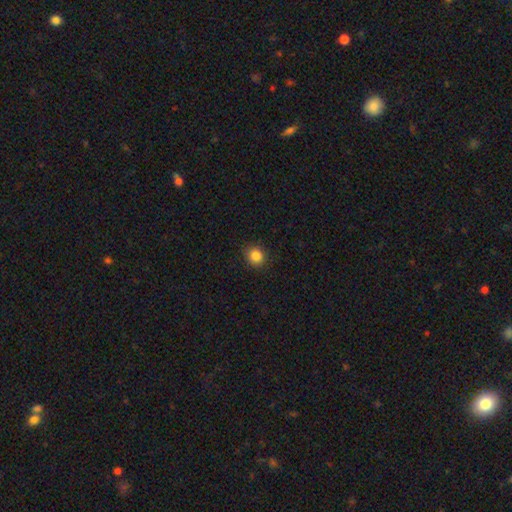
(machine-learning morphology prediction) This is clearly a smooth galaxy (86%). How rounded: clearly round (82%). Merging: clearly none (88%).